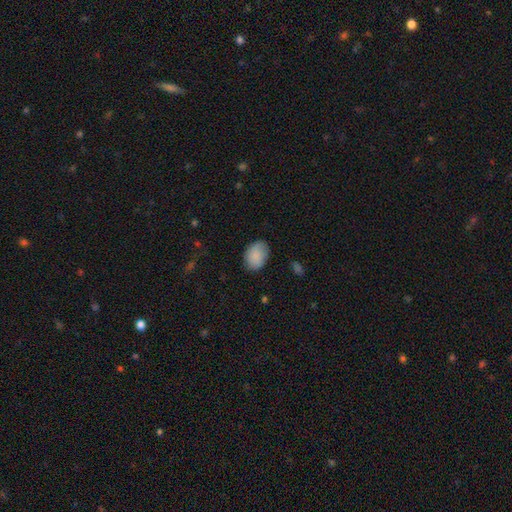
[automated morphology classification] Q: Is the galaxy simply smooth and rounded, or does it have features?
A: smooth — 87%.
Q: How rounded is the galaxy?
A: in between — 78%.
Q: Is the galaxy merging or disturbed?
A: none — 80%.